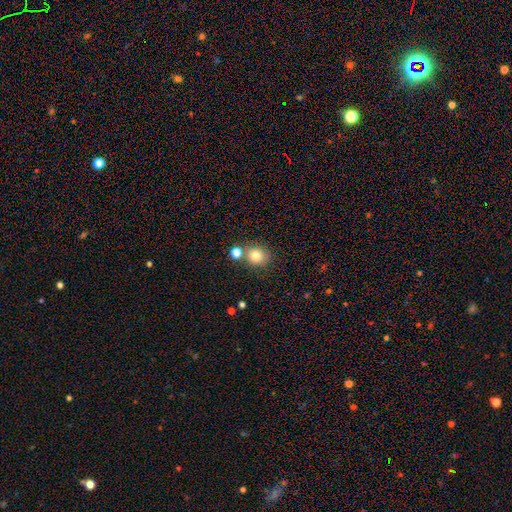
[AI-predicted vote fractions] This appears to be a smooth galaxy with no disk features (80%) that is round (76%). Merging: none (71%).